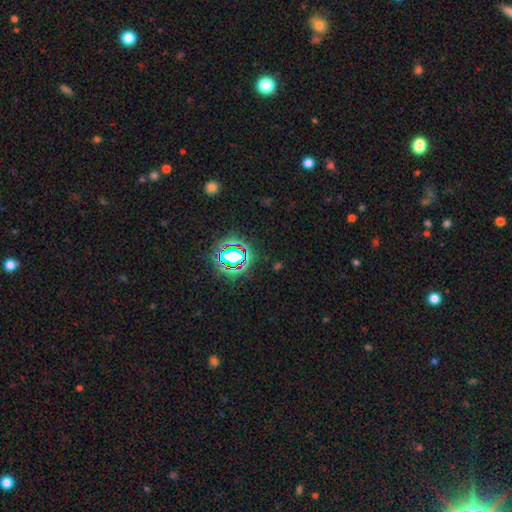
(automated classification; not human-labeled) Morphology: type=star or artifact (77%).